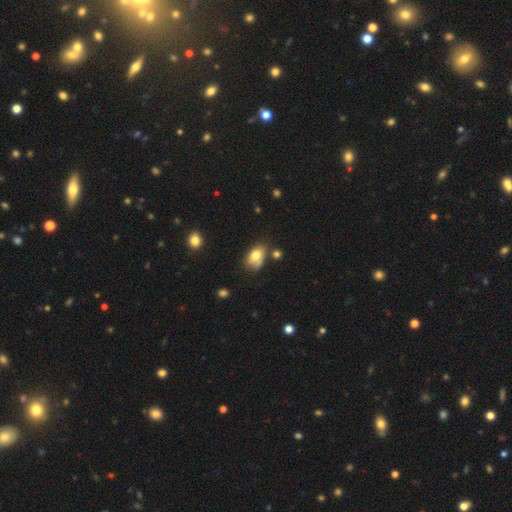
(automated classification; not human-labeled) smooth-or-featured: smooth: 74% | featured or disk: 17% | star or artifact: 9%
  how-rounded: in between: 87% | round: 12% | cigar-shaped: 2%
  merging: none: 46% | minor disturbance: 28% | merger: 16% | major disturbance: 10%